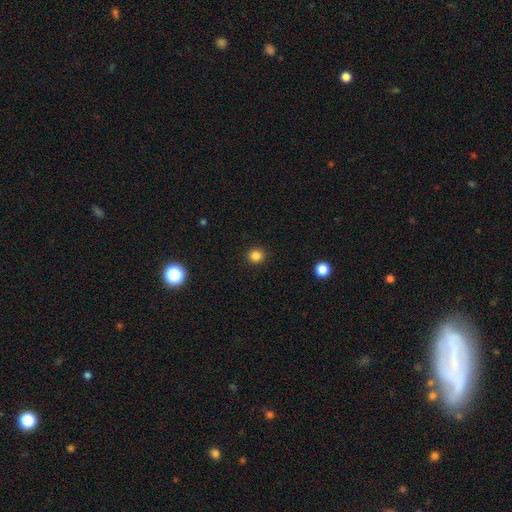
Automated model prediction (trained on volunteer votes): A smooth galaxy with no disk features (84%) that is round (92%).

Vote fractions:
- Smooth or featured? smooth: 84% / star or artifact: 12% / featured or disk: 4%
- How rounded? round: 92% / in between: 7% / cigar-shaped: 1%
- Merging? none: 92% / minor disturbance: 5% / major disturbance: 2% / merger: 1%